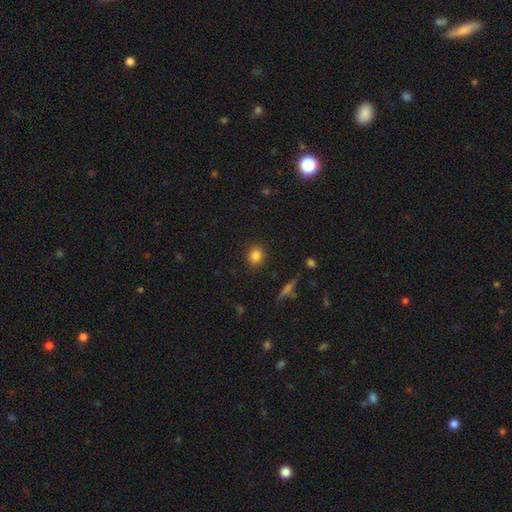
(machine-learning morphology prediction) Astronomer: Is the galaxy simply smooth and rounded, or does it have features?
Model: smooth — 83%.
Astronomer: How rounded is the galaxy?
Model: round — 73%.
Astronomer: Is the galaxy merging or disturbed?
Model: none — 89%.